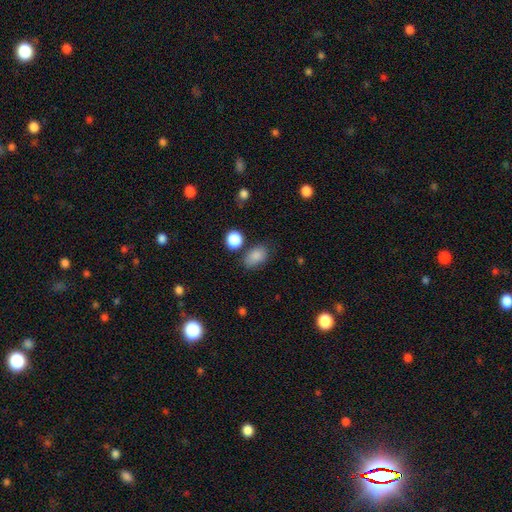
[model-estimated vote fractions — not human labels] The model was most divided on "merging": none: 66%, minor disturbance: 21%, merger: 7%, major disturbance: 6%. More confident: smooth or featured — smooth (86%); how rounded — in between (85%).